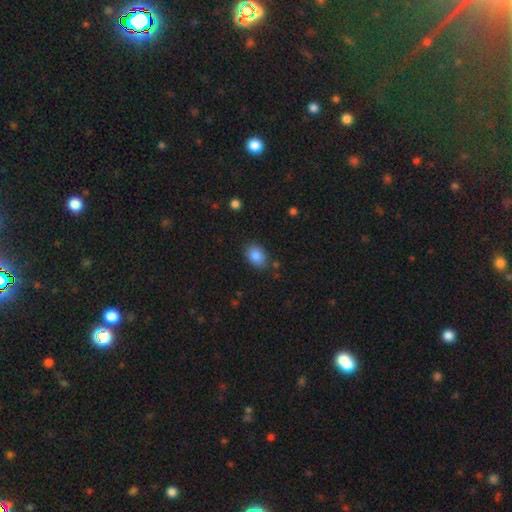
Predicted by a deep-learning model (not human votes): The model was most divided on "how rounded": in between: 81%, round: 18%, cigar-shaped: 1%. More confident: smooth or featured — smooth (87%); merging — none (80%).